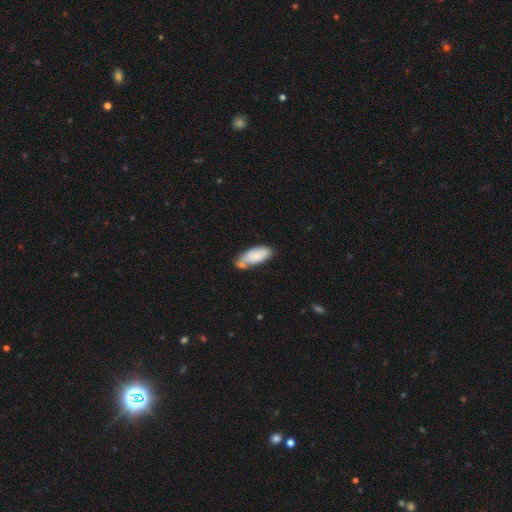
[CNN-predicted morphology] Smooth or featured: smooth — 82% (featured or disk — 12%)
How rounded: in between — 79% (cigar-shaped — 19%)
Merging: none — 50% (minor disturbance — 24%)